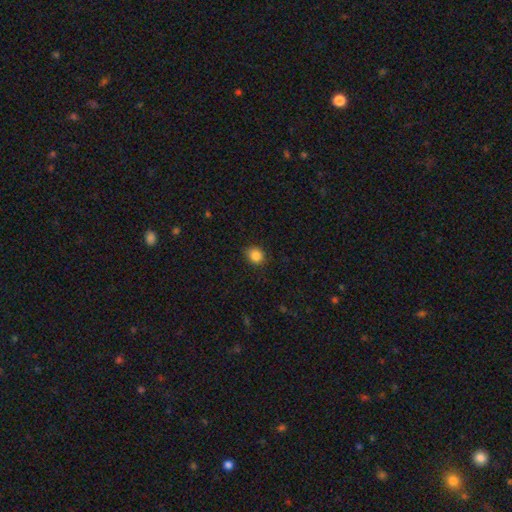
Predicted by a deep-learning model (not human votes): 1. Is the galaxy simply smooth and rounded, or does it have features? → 85% smooth, 11% star or artifact, 4% featured or disk.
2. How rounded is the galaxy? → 71% round, 28% in between, 1% cigar-shaped.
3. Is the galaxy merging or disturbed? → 85% none, 11% minor disturbance, 2% major disturbance, 1% merger.